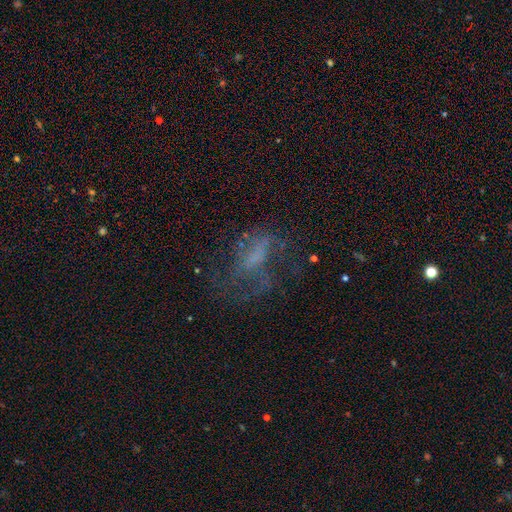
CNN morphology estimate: This is possibly a featured or disk galaxy (54%). It is clearly not viewed edge-on (95%). Bar: possibly no (58%). Spiral arm pattern: possibly no (53%). Central bulge: possibly none (58%). Merging: marginally none (42%).